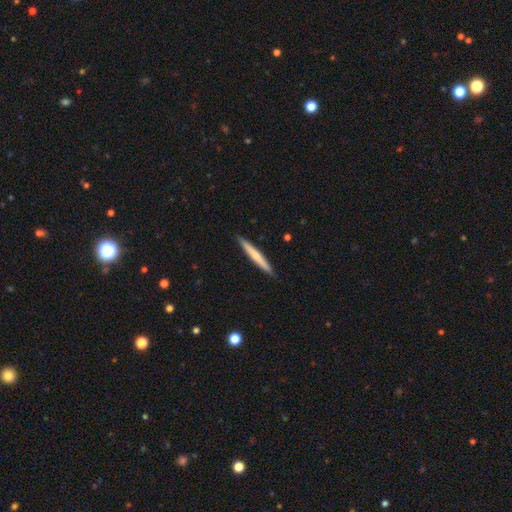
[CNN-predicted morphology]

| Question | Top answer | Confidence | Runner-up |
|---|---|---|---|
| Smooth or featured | smooth | 59% | featured or disk (36%) |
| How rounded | cigar-shaped | 96% | in between (3%) |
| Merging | none | 92% | minor disturbance (6%) |